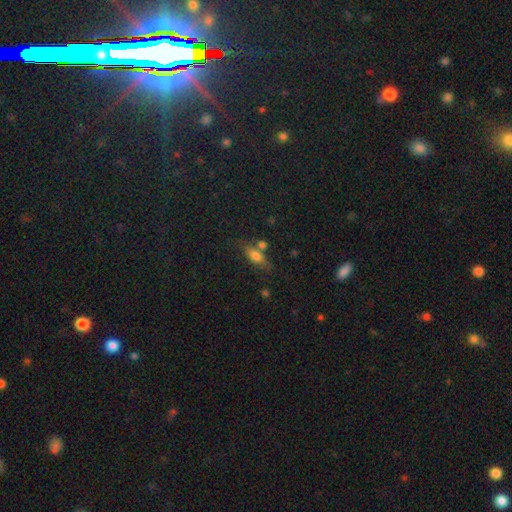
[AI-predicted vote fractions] Smooth or featured? smooth (70%)
How rounded? in between (71%)
Merging? none (58%)